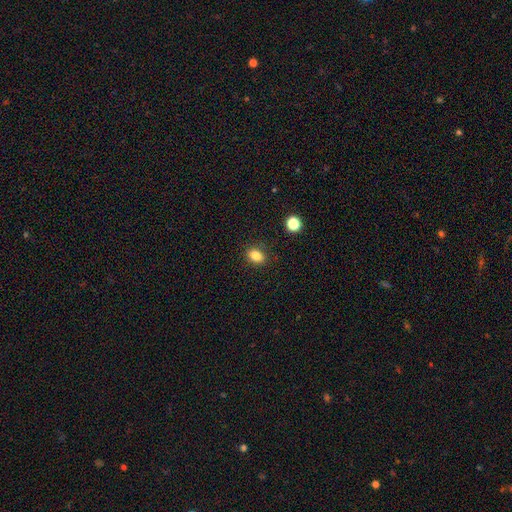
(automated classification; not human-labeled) Smooth or featured? Predicted: smooth (p=0.85). How rounded? Predicted: in between (p=0.70). Merging? Predicted: none (p=0.86).